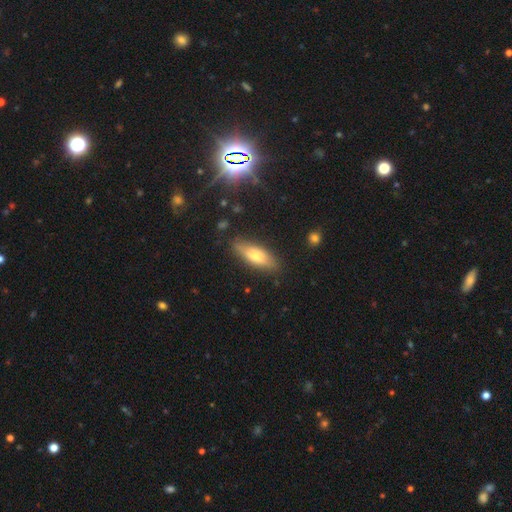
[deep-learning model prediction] This is likely a smooth galaxy (64%). How rounded: possibly in between (55%). Merging: clearly none (83%).